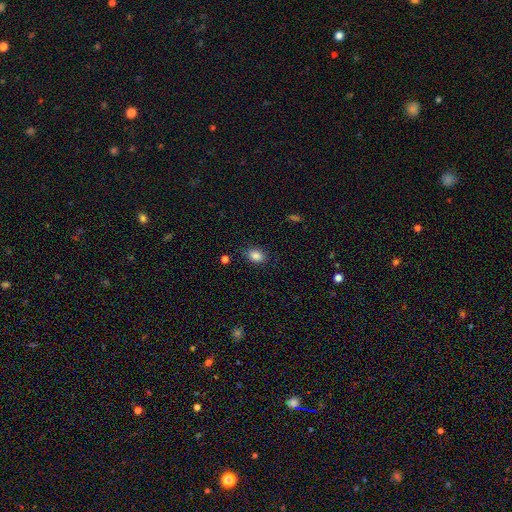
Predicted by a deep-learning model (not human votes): smooth-or-featured: smooth: 86% | star or artifact: 10% | featured or disk: 5%
  how-rounded: in between: 71% | round: 28% | cigar-shaped: 1%
  merging: none: 82% | minor disturbance: 13% | major disturbance: 3% | merger: 2%